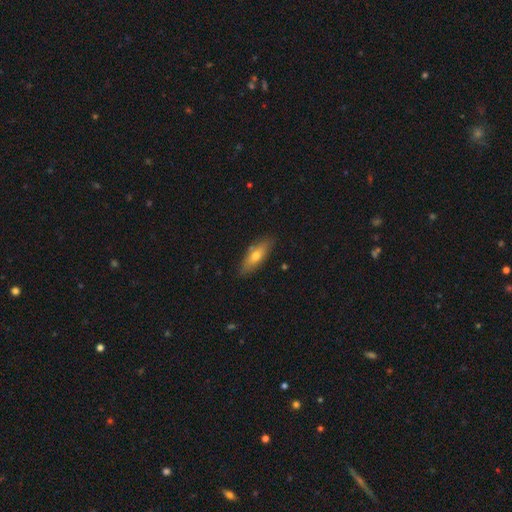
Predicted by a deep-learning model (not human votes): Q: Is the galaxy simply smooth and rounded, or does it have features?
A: smooth — 62%.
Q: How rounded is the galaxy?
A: in between — 55%.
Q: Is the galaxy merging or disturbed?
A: none — 83%.